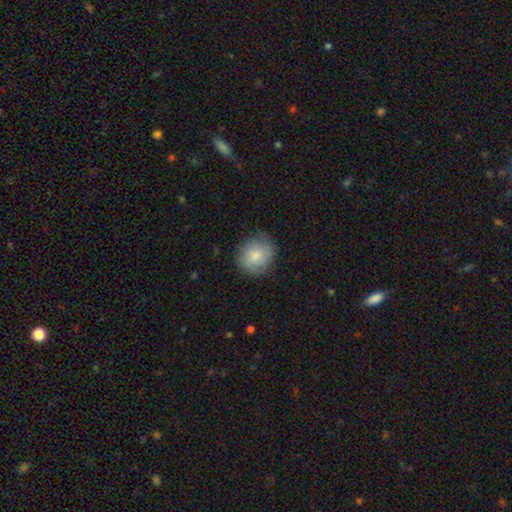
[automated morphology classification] Smooth or featured?
  - smooth: 74% *
  - featured or disk: 19%
  - star or artifact: 7%
How rounded?
  - round: 79% *
  - in between: 20%
  - cigar-shaped: 1%
Merging?
  - none: 78% *
  - minor disturbance: 17%
  - major disturbance: 4%
  - merger: 1%